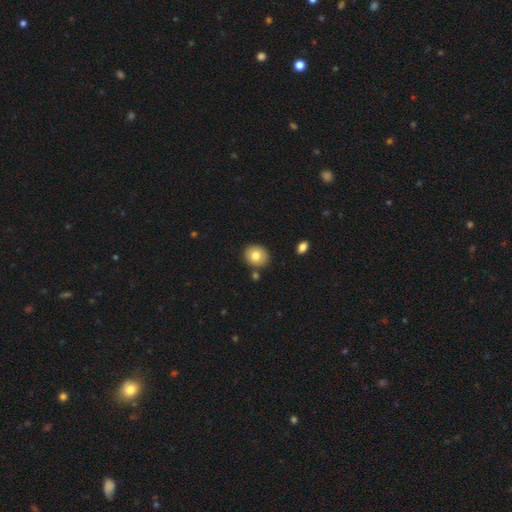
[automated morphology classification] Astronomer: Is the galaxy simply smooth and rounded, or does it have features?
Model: smooth — 78%.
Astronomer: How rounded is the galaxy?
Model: round — 69%.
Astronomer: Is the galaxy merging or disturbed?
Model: none — 83%.